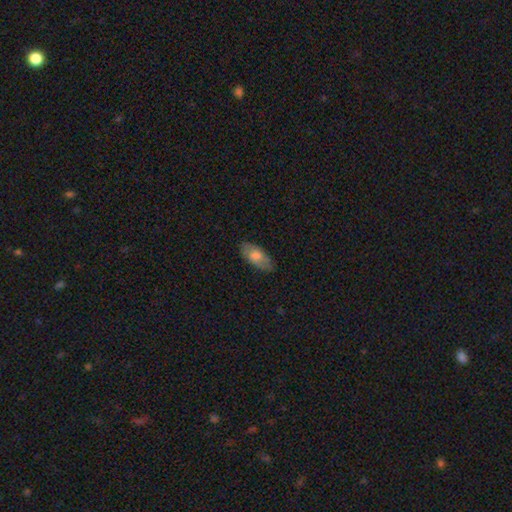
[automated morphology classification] Smooth or featured? Predicted: smooth (p=0.70). How rounded? Predicted: in between (p=0.90). Merging? Predicted: none (p=0.80).